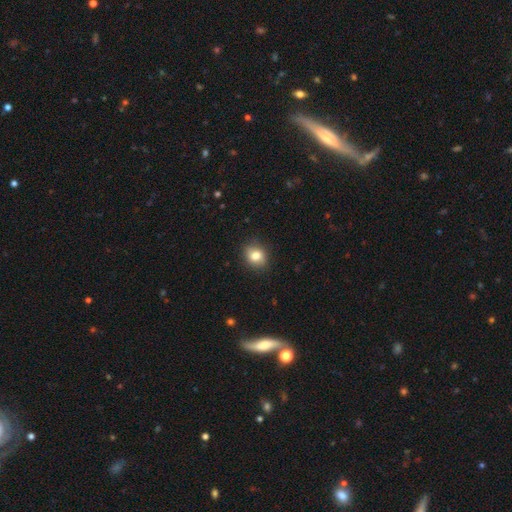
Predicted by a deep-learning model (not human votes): The model was most divided on "how rounded": round: 57%, in between: 42%, cigar-shaped: 1%. More confident: merging — none (86%); smooth or featured — smooth (80%).